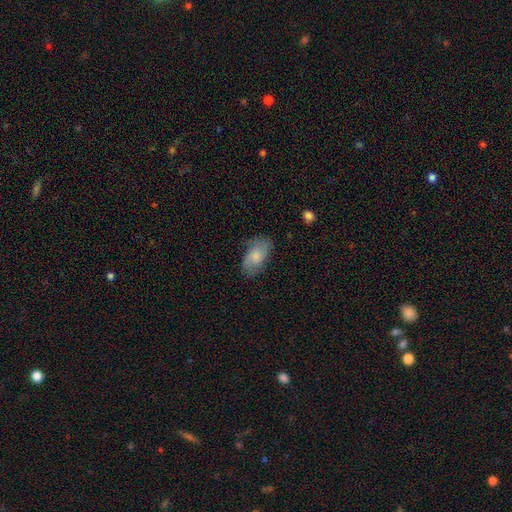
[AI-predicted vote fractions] Smooth or featured? smooth (65%)
How rounded? in between (93%)
Merging? none (73%)